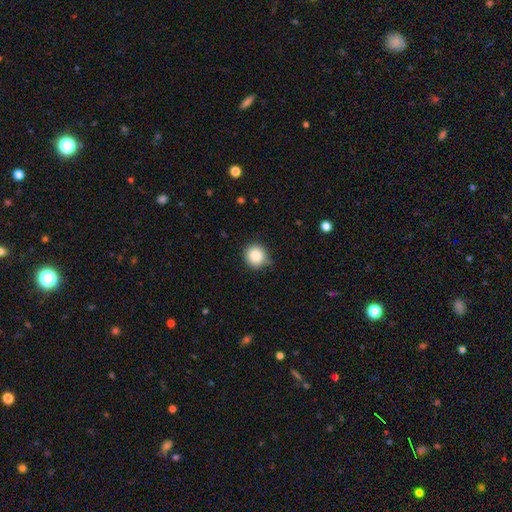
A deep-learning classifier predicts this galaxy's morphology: type=smooth (87%); roundness=round (91%); merging=none (82%).